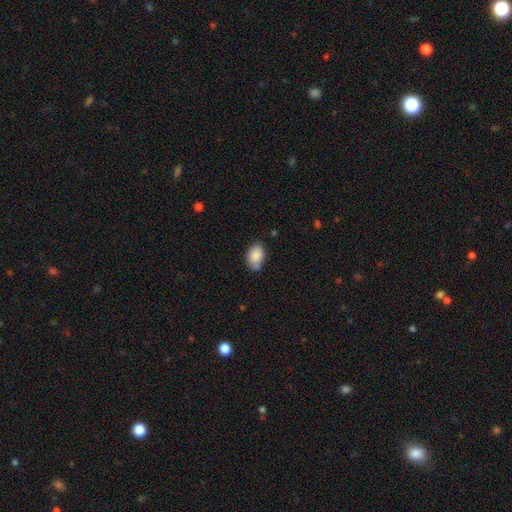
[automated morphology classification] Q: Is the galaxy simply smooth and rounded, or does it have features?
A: smooth — 87%.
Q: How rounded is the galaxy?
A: in between — 88%.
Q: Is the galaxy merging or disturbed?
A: none — 67%.